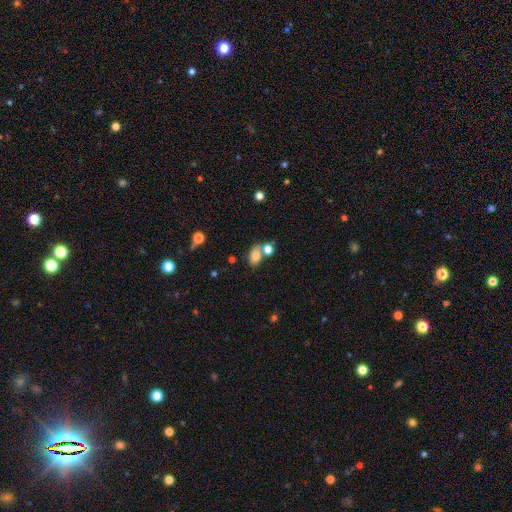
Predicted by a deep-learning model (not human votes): smooth-or-featured: smooth: 77% | featured or disk: 12% | star or artifact: 11%
  how-rounded: in between: 83% | round: 15% | cigar-shaped: 2%
  merging: none: 45% | merger: 33% | minor disturbance: 15% | major disturbance: 7%